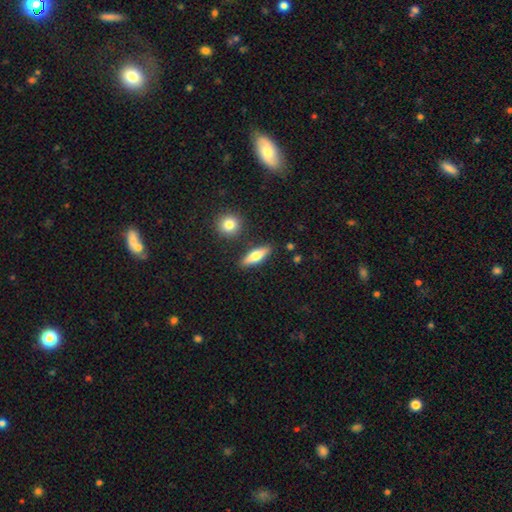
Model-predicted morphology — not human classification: This appears to be a smooth galaxy with no disk features (65%) that is in between round and cigar-shaped (52%). Merging: none (85%).